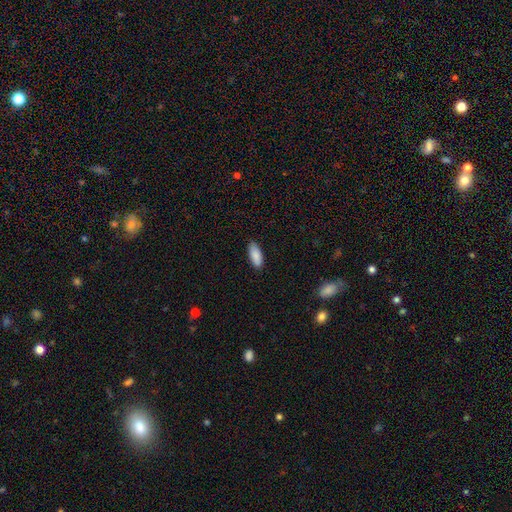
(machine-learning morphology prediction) smooth 89%, star or artifact 6%, featured or disk 5%. Down the decision tree: how rounded — in between (80%); merging — none (85%).